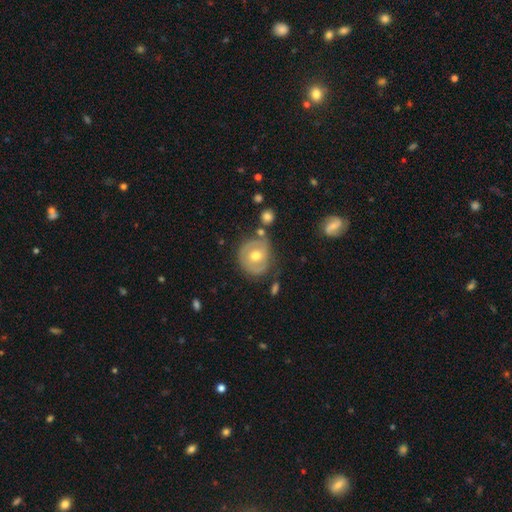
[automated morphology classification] The model was most divided on "spiral arms": yes: 54%, no: 46%. More confident: edge-on disk — no (96%); bulge size — moderate (79%); bar — no (69%); merging — none (65%); smooth or featured — featured or disk (57%).